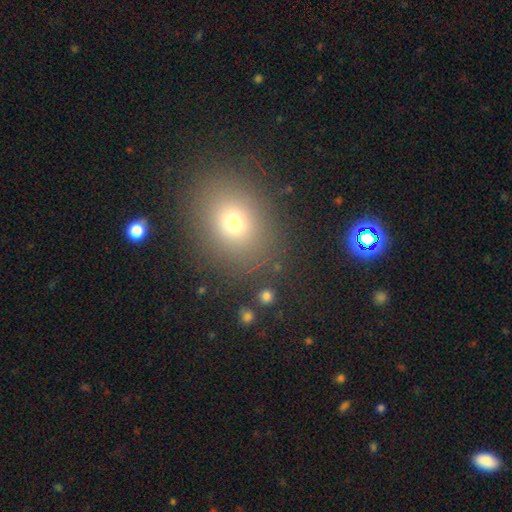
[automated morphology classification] This is likely a smooth galaxy (67%). How rounded: possibly round (49%, tied with in between). Merging: clearly none (87%).